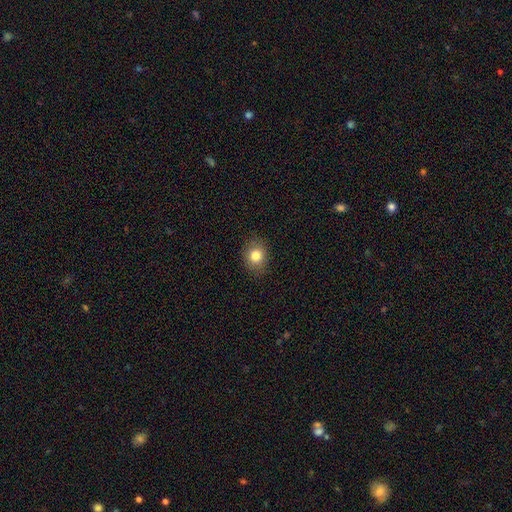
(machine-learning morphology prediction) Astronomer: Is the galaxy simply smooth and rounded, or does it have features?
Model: smooth — 82%.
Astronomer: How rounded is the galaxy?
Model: round — 65%.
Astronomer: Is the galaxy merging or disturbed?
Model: none — 88%.